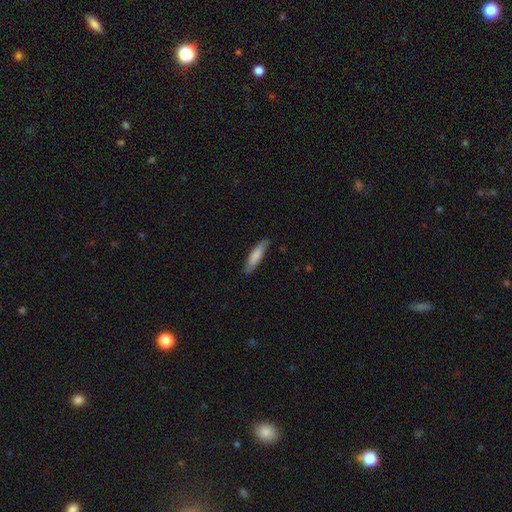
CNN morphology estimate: Smooth or featured? Predicted: smooth (p=0.77). How rounded? Predicted: cigar-shaped (p=0.77). Merging? Predicted: none (p=0.82).